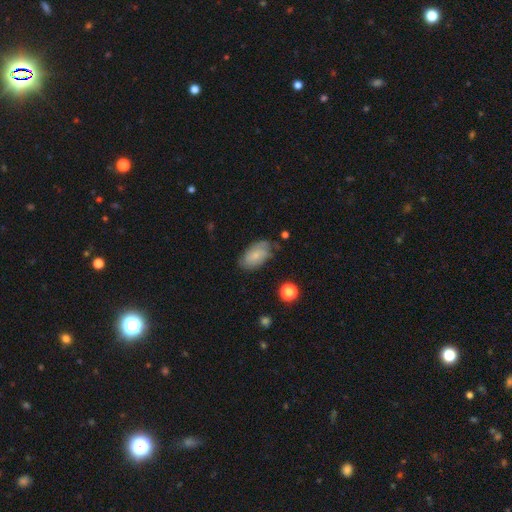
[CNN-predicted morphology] This appears to be a smooth galaxy with no disk features (62%) that is in between round and cigar-shaped (93%). Merging: none (63%).